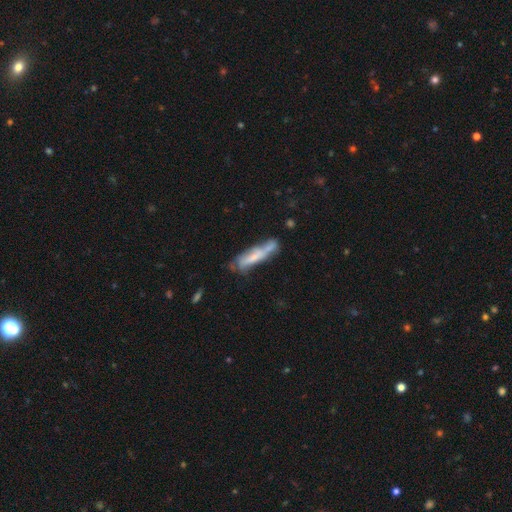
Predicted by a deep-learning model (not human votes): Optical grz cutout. It shows a smooth galaxy with no disk features (48%). Merging: none (43%).